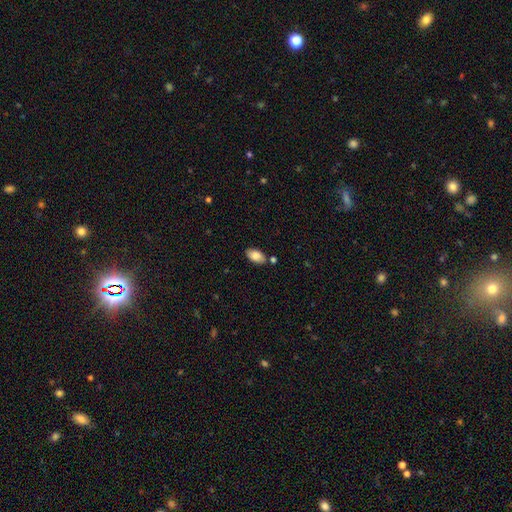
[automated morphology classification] type=smooth (81%); roundness=in between (94%); merging=none (78%).